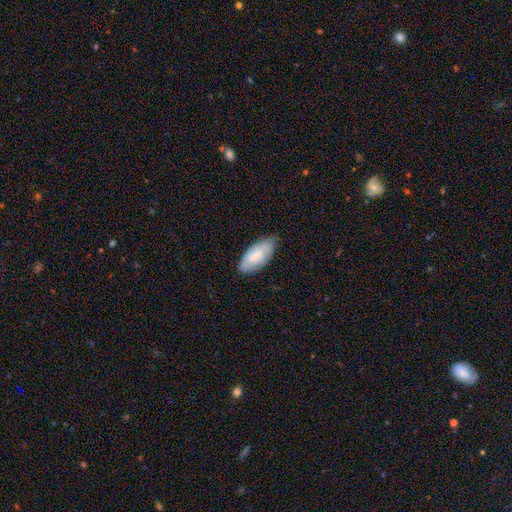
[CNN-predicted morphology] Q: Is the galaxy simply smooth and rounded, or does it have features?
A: smooth — 66%.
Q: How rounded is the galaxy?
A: in between — 91%.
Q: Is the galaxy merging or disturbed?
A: none — 63%.